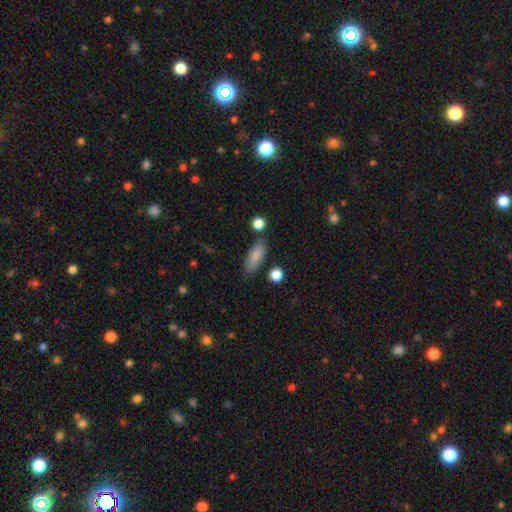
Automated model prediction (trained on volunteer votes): This appears to be a smooth galaxy with no disk features (84%) that is in between round and cigar-shaped (75%). Merging: none (73%).